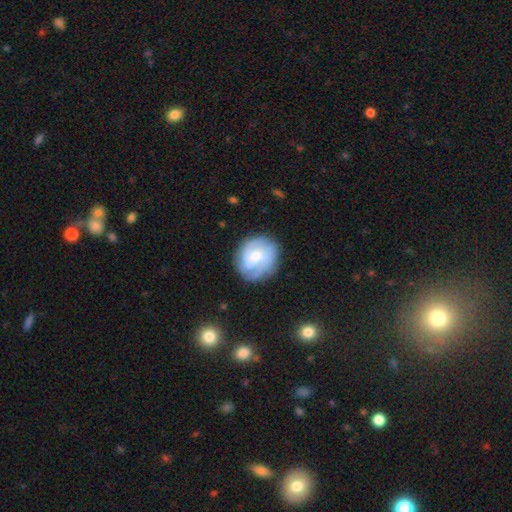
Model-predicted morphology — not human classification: This appears to be a featured or disk galaxy (71%) with no bar (53%), 3 (30%) tight (46%) spiral arms (91%) and a small central bulge (46%). Merging: none (74%).